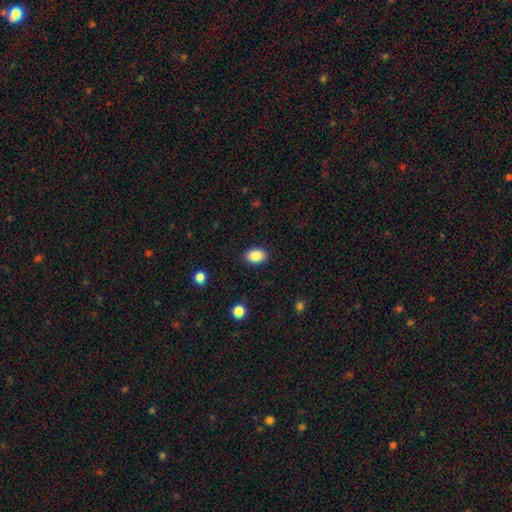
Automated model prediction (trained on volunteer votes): Overall: smooth (89%). How rounded: in between (85%). Merging: none (87%).